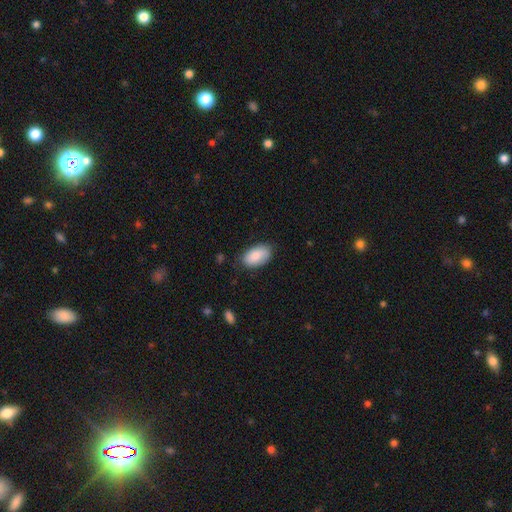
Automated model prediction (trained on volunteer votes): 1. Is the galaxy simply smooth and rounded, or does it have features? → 82% smooth, 12% featured or disk, 6% star or artifact.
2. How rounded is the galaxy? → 94% in between, 4% round, 2% cigar-shaped.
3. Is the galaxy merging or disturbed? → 76% none, 19% minor disturbance, 4% major disturbance, 1% merger.